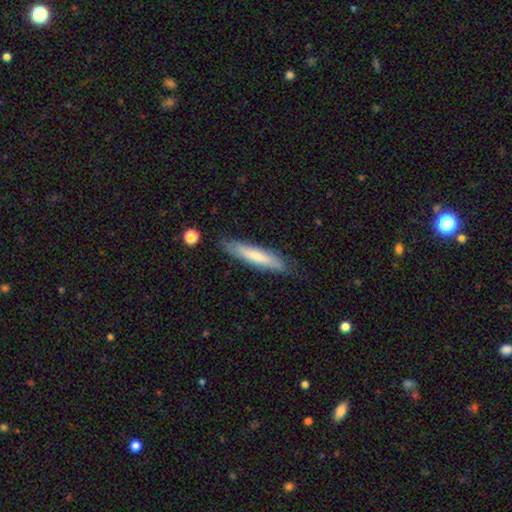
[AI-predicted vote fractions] smooth 67%, featured or disk 27%, star or artifact 6%. Down the decision tree: how rounded — cigar-shaped (88%); merging — none (83%).